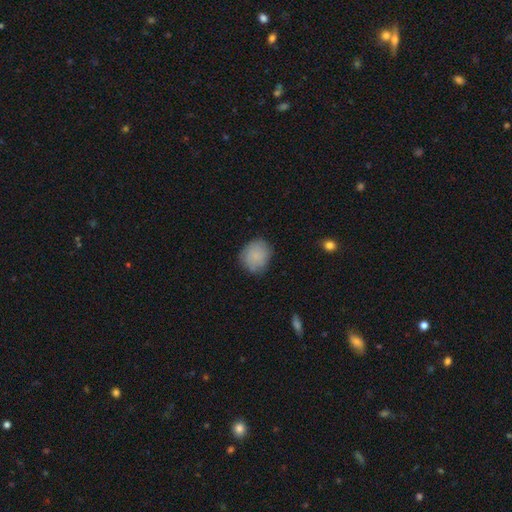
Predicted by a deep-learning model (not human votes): Smooth or featured? Predicted: smooth (p=0.71). How rounded? Predicted: round (p=0.73). Merging? Predicted: none (p=0.74).